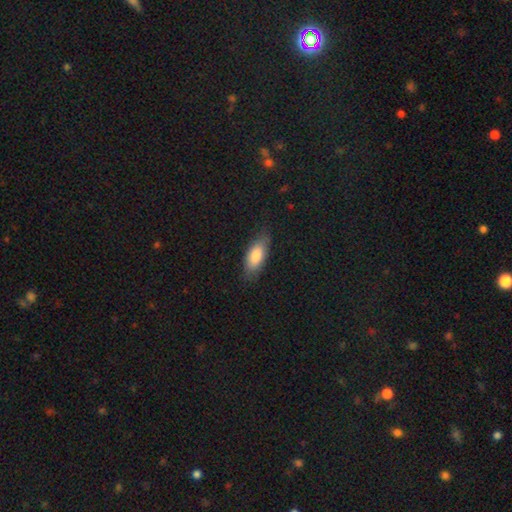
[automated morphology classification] Overall: smooth (81%). How rounded: in between (81%). Merging: none (77%).